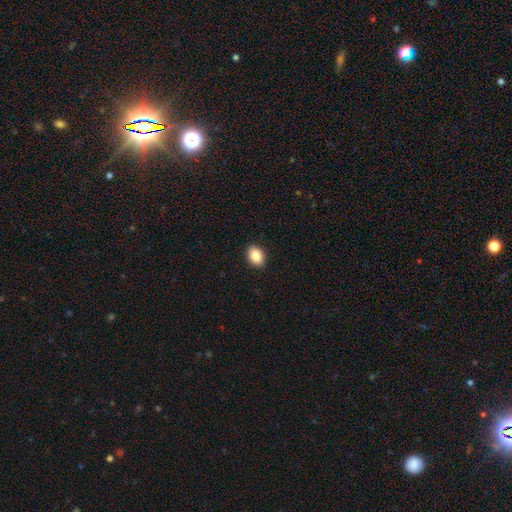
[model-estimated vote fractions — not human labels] Q: Smooth or featured?
A: smooth (88%); runner-up: star or artifact (8%)
Q: How rounded?
A: in between (73%); runner-up: round (26%)
Q: Merging?
A: none (90%); runner-up: minor disturbance (7%)